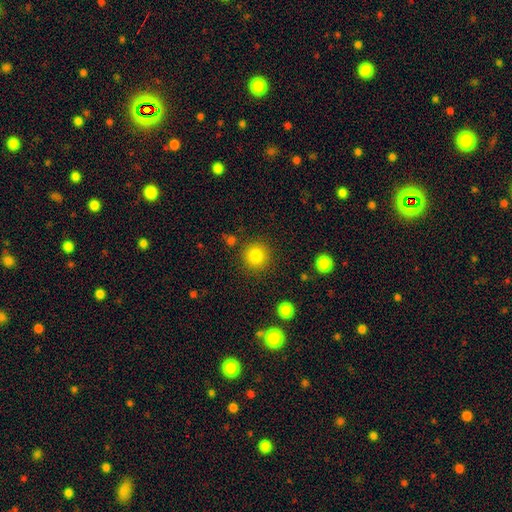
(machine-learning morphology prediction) This is clearly a smooth galaxy (84%). How rounded: clearly round (93%). Merging: clearly none (88%).